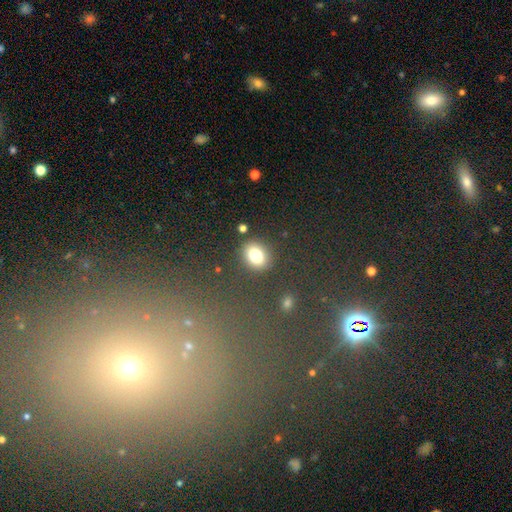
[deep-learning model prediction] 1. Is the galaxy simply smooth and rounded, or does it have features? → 80% smooth, 12% star or artifact, 8% featured or disk.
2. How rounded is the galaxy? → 50% round, 49% in between, 1% cigar-shaped.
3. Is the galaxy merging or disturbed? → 82% none, 10% minor disturbance, 4% merger, 4% major disturbance.